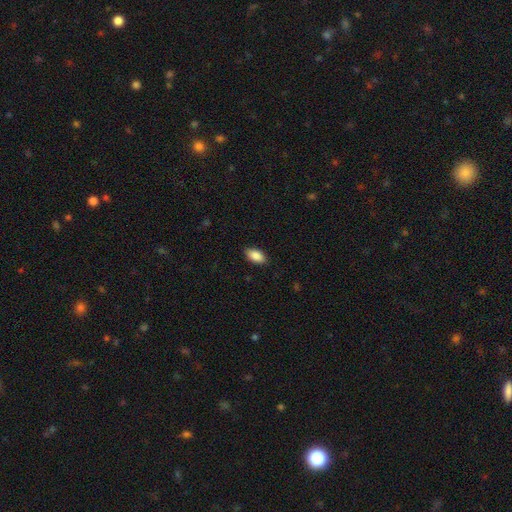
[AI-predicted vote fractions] Smooth or featured: smooth — 88% (star or artifact — 7%)
How rounded: in between — 93% (cigar-shaped — 4%)
Merging: none — 87% (minor disturbance — 10%)